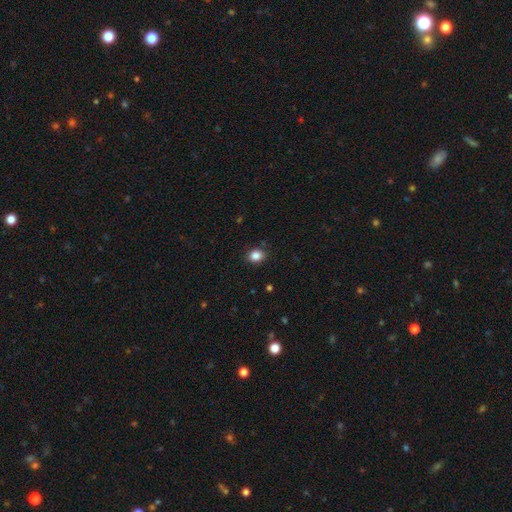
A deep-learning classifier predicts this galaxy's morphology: smooth-or-featured: smooth: 85% | star or artifact: 11% | featured or disk: 4%
  how-rounded: round: 62% | in between: 37% | cigar-shaped: 1%
  merging: none: 87% | minor disturbance: 9% | major disturbance: 2% | merger: 1%